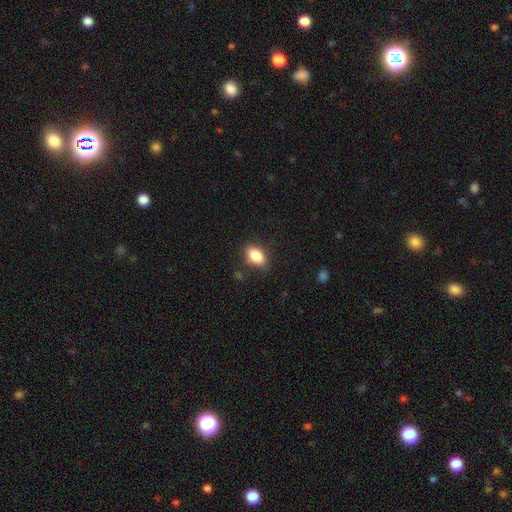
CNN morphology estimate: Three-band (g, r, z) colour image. It shows a smooth galaxy with no disk features (86%) that is in between round and cigar-shaped (88%). Merging: none (79%).